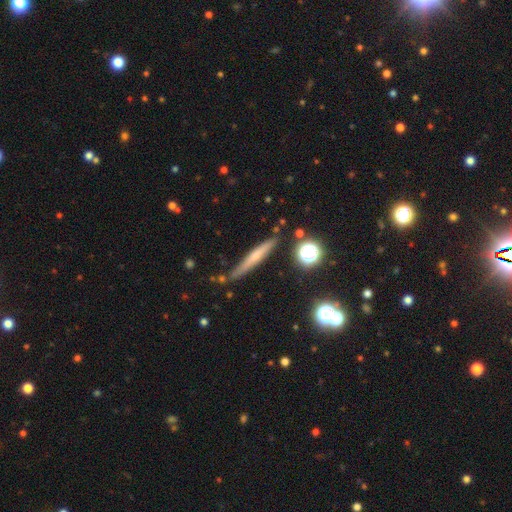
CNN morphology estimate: Smooth or featured? Predicted: smooth (p=0.45). Merging? Predicted: none (p=0.79).